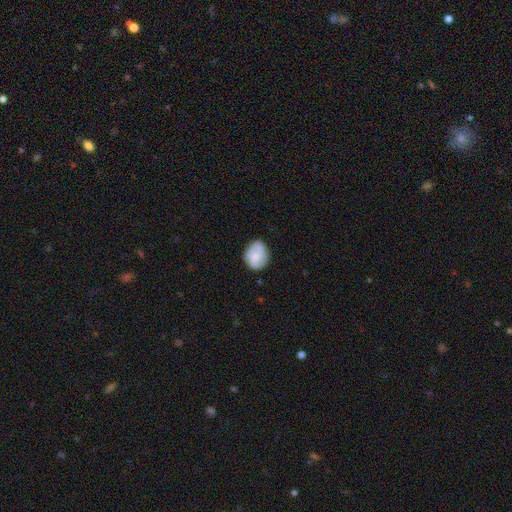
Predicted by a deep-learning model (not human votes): Smooth or featured: smooth — 47% (tied with featured or disk — 47%)
Merging: none — 76% (minor disturbance — 18%)